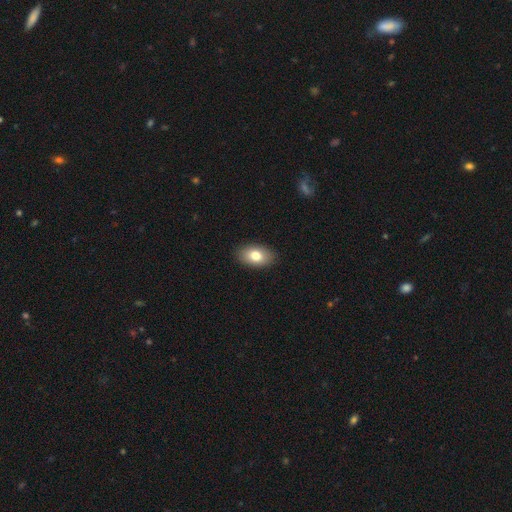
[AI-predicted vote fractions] smooth-or-featured: smooth: 79% | featured or disk: 13% | star or artifact: 8%
  how-rounded: in between: 90% | round: 9% | cigar-shaped: 1%
  merging: none: 89% | minor disturbance: 8% | major disturbance: 2% | merger: 1%